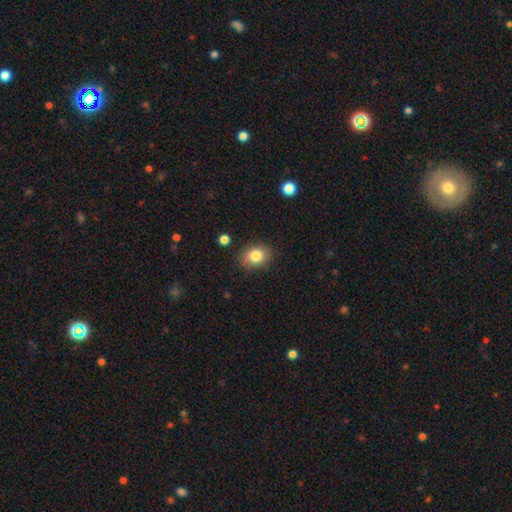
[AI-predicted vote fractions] A smooth galaxy with no disk features (82%) that is in between round and cigar-shaped (52%).

Vote fractions:
- Smooth or featured? smooth: 82% / star or artifact: 10% / featured or disk: 8%
- How rounded? in between: 52% / round: 47% / cigar-shaped: 1%
- Merging? none: 79% / minor disturbance: 15% / major disturbance: 4% / merger: 2%